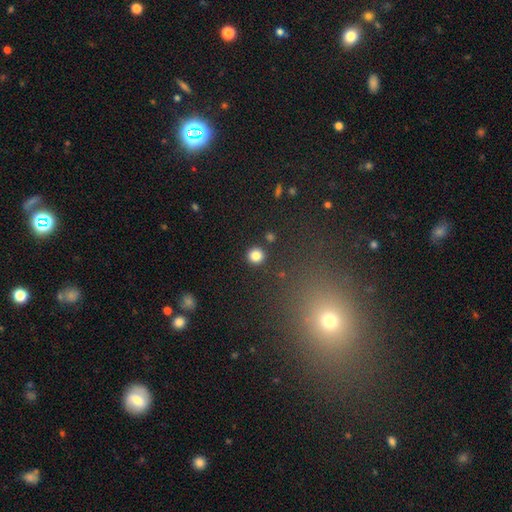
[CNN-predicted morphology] Smooth or featured?
  - smooth: 83% *
  - star or artifact: 12%
  - featured or disk: 5%
How rounded?
  - round: 94% *
  - in between: 5%
  - cigar-shaped: 1%
Merging?
  - none: 90% *
  - minor disturbance: 5%
  - merger: 3%
  - major disturbance: 2%